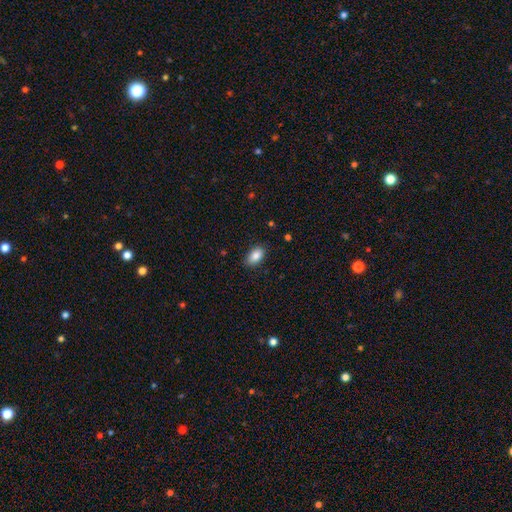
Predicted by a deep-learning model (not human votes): smooth 87%, star or artifact 8%, featured or disk 6%. Down the decision tree: how rounded — in between (91%); merging — none (86%).